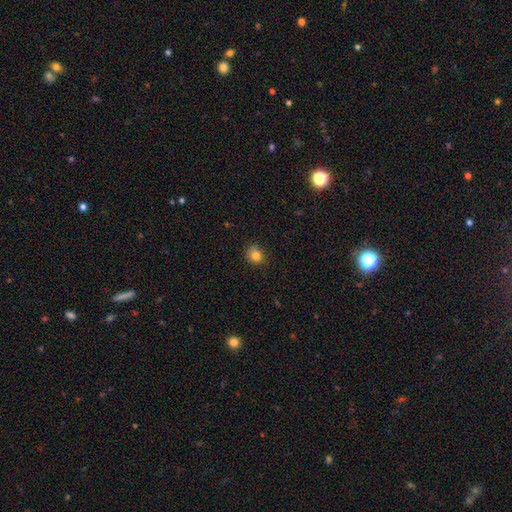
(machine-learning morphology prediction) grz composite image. It shows a smooth galaxy with no disk features (82%) that is round (70%). Merging: none (81%).